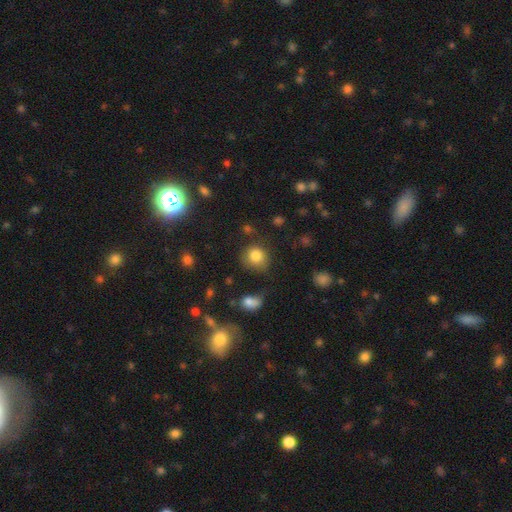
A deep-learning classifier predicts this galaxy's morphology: Smooth or featured?
  - smooth: 82% *
  - star or artifact: 11%
  - featured or disk: 7%
How rounded?
  - round: 82% *
  - in between: 17%
  - cigar-shaped: 1%
Merging?
  - none: 68% *
  - minor disturbance: 19%
  - major disturbance: 8%
  - merger: 5%